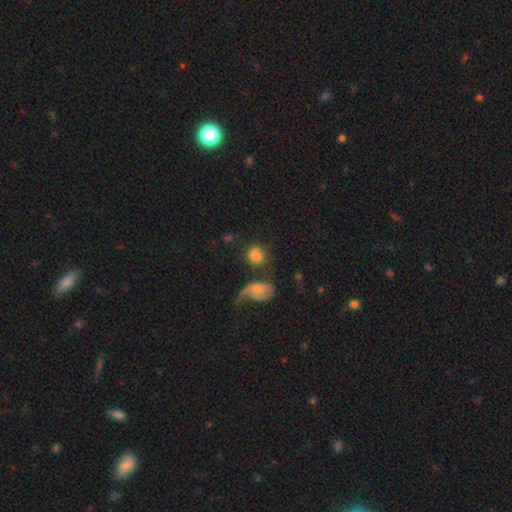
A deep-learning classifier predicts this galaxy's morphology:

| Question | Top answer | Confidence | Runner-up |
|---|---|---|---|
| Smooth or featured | smooth | 76% | featured or disk (15%) |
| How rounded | round | 72% | in between (26%) |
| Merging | none | 49% | merger (24%) |